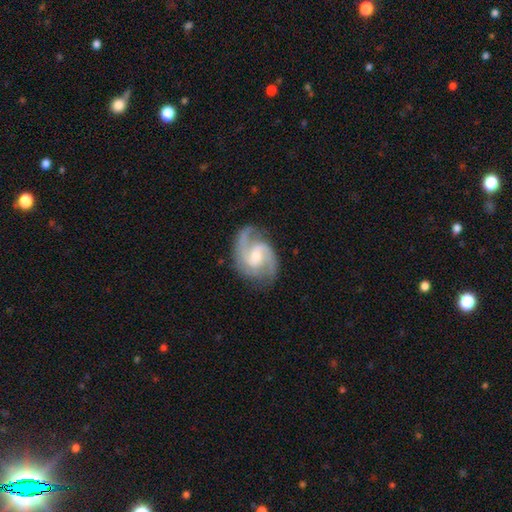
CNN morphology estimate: Smooth or featured: featured or disk — 91% (smooth — 5%)
Edge-on disk: no — 98% (yes — 2%)
Bar: weak — 52% (no — 33%)
Spiral arms: yes — 98% (no — 2%)
Spiral winding: medium — 57% (tight — 28%)
Spiral arm count: 2 — 74% (3 — 16%)
Bulge size: moderate — 50% (small — 43%)
Merging: none — 76% (minor disturbance — 17%)